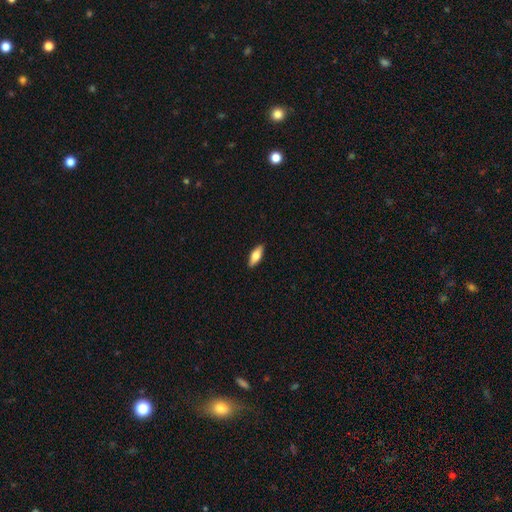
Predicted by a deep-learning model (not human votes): Smooth or featured? smooth (70%)
How rounded? in between (70%)
Merging? none (89%)